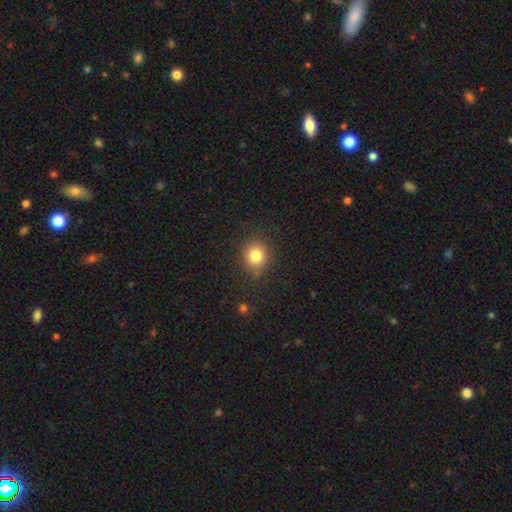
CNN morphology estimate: This appears to be a smooth galaxy with no disk features (82%) that is round (79%). Merging: none (82%).